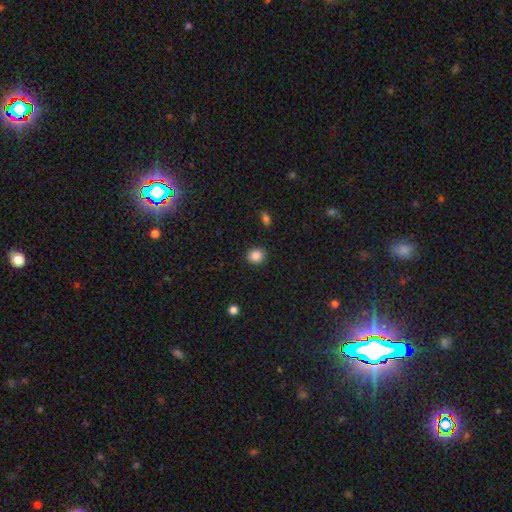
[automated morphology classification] Smooth or featured: smooth — 87% (star or artifact — 10%)
How rounded: round — 78% (in between — 21%)
Merging: none — 89% (minor disturbance — 8%)